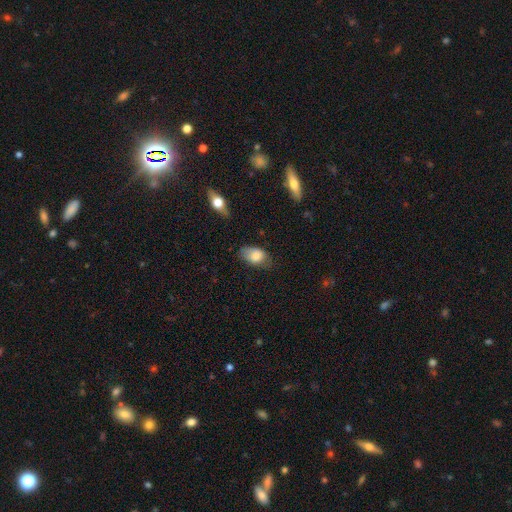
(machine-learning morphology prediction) This is clearly a smooth galaxy (81%). How rounded: clearly in between (88%). Merging: possibly none (55%).